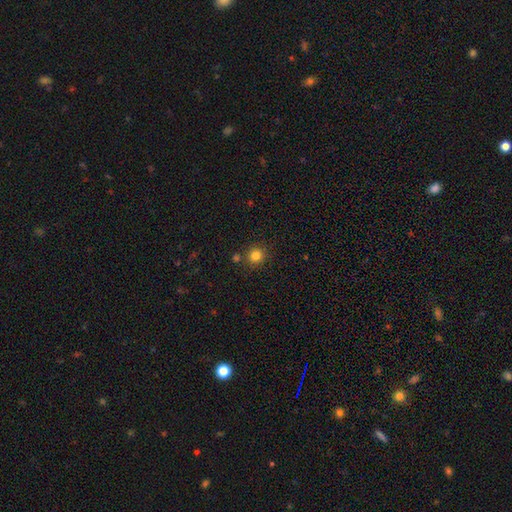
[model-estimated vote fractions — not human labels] This is clearly a smooth galaxy (82%). How rounded: clearly round (92%). Merging: clearly none (82%).